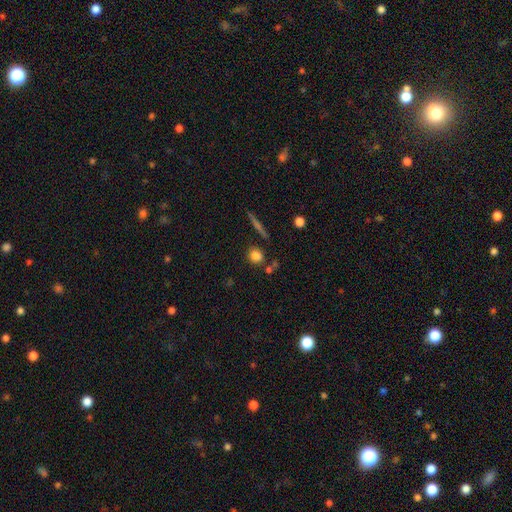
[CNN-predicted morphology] Smooth or featured? smooth (80%)
How rounded? round (82%)
Merging? none (75%)